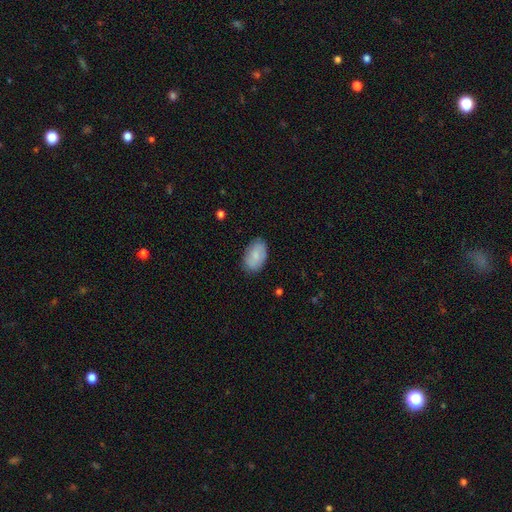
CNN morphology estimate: smooth_or_featured: smooth (p=0.76) [alt: featured or disk p=0.18]
how_rounded: in between (p=0.92) [alt: round p=0.07]
merging: none (p=0.82) [alt: minor disturbance p=0.14]